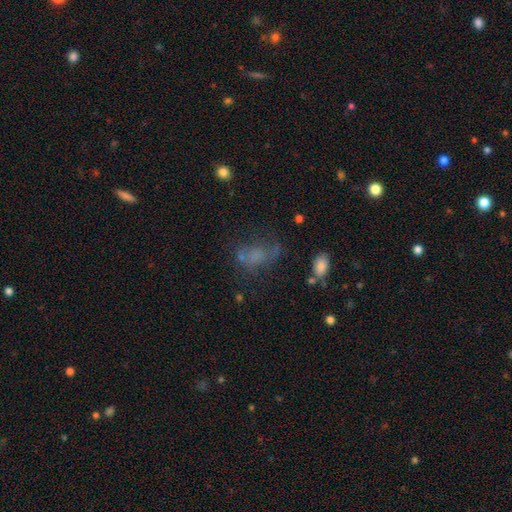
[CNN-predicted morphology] A smooth galaxy with no disk features (53%) that is in between round and cigar-shaped (74%).

Vote fractions:
- Smooth or featured? smooth: 53% / featured or disk: 26% / star or artifact: 21%
- How rounded? in between: 74% / round: 22% / cigar-shaped: 5%
- Merging? none: 38% / major disturbance: 30% / minor disturbance: 22% / merger: 9%